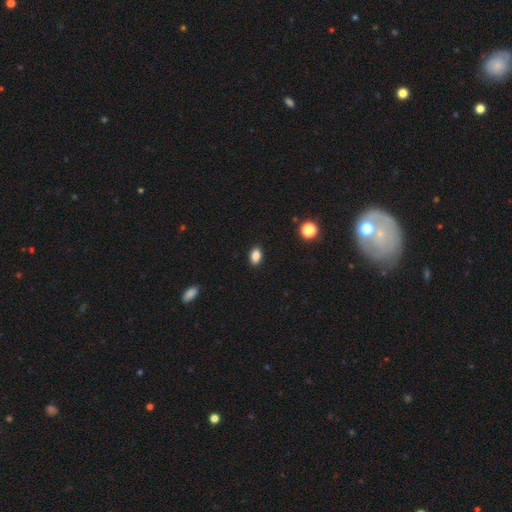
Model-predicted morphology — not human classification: type=smooth (86%); roundness=in between (86%); merging=none (90%).